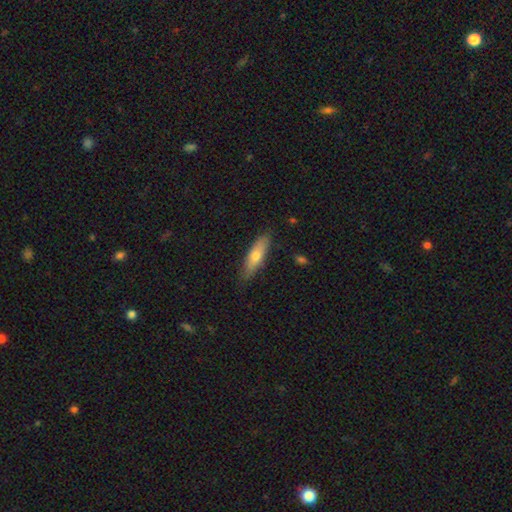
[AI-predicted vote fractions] This is likely a smooth galaxy (65%). How rounded: possibly cigar-shaped (57%). Merging: clearly none (82%).